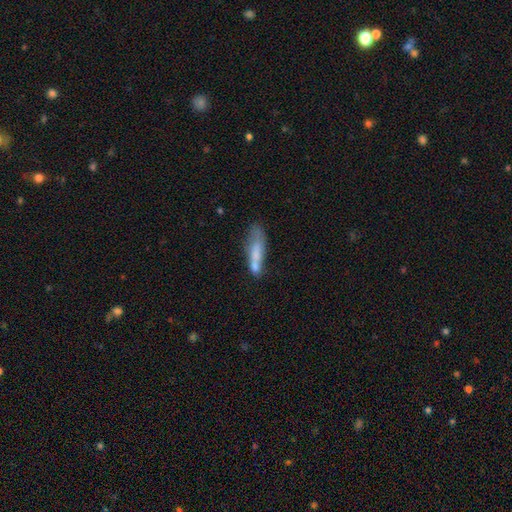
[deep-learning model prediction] smooth-or-featured: smooth: 64% | featured or disk: 27% | star or artifact: 9%
  how-rounded: cigar-shaped: 68% | in between: 30% | round: 2%
  merging: none: 34% | merger: 26% | minor disturbance: 24% | major disturbance: 16%